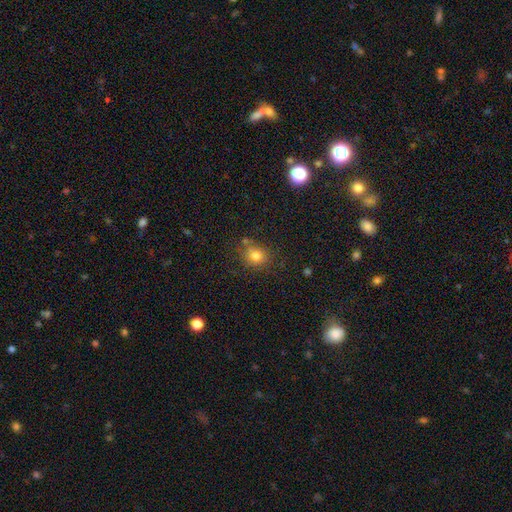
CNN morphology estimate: Smooth or featured?
  - smooth: 79% *
  - star or artifact: 13%
  - featured or disk: 8%
How rounded?
  - round: 74% *
  - in between: 25%
  - cigar-shaped: 1%
Merging?
  - none: 72% *
  - minor disturbance: 14%
  - merger: 9%
  - major disturbance: 4%